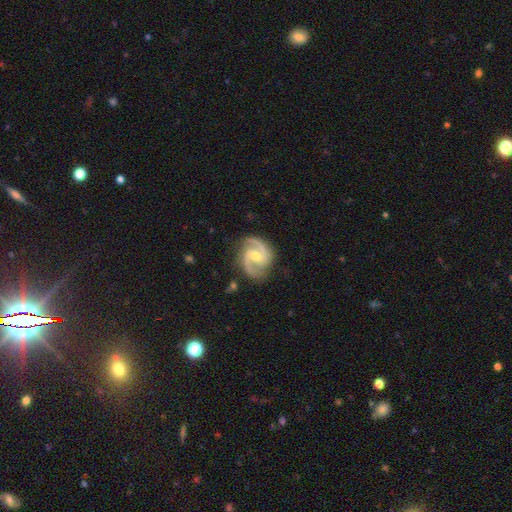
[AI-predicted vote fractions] featured or disk 92%, star or artifact 4%, smooth 4%. Down the decision tree: edge-on disk — no (98%); bar — weak (50%); spiral arms — yes (98%); spiral arm count — 2 (92%); spiral winding — medium (62%); bulge size — moderate (57%); merging — none (81%).